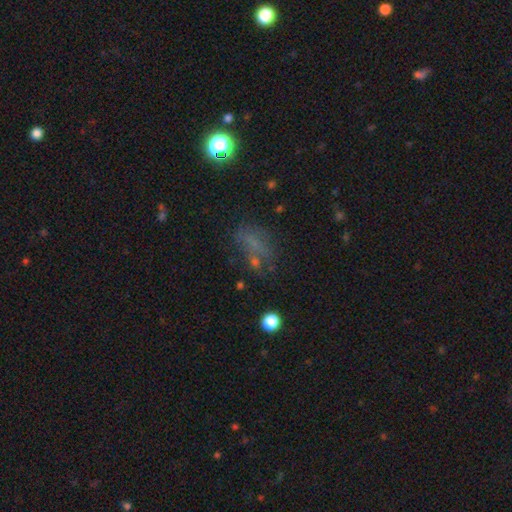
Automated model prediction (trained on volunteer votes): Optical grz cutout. It shows a smooth galaxy with no disk features (48%). Merging: none (48%).